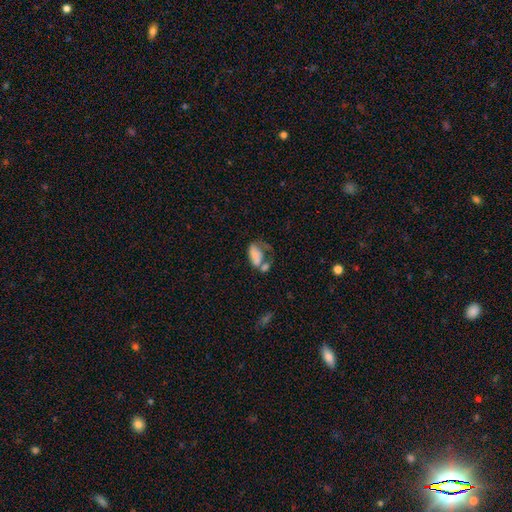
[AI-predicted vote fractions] A smooth galaxy with no disk features (63%) that is in between round and cigar-shaped (90%). Merging: merger (41%).